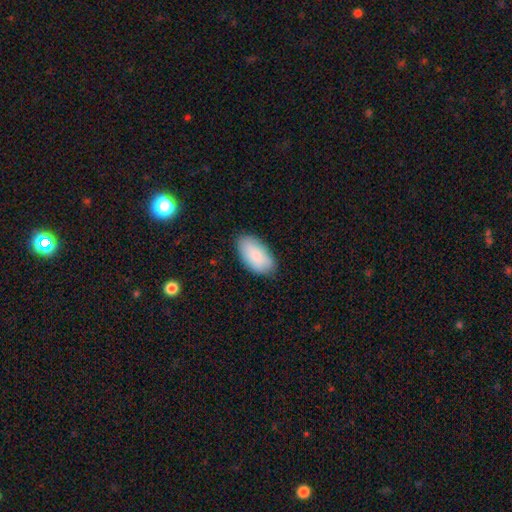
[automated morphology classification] Smooth or featured? smooth (86%)
How rounded? in between (95%)
Merging? none (83%)